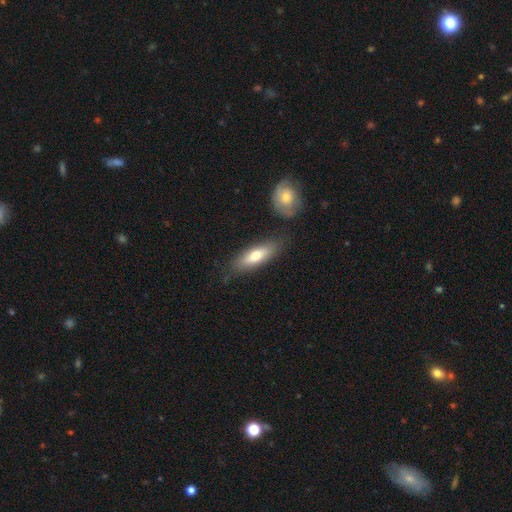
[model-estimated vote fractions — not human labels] Overall: smooth (69%). How rounded: in between (53%; cigar-shaped 45%). Merging: none (78%).